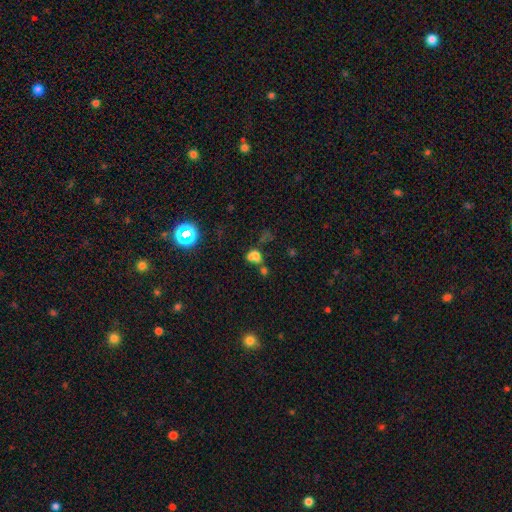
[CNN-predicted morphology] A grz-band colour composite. It shows a smooth galaxy with no disk features (61%) that is in between round and cigar-shaped (52%). Merging: merger (50%).